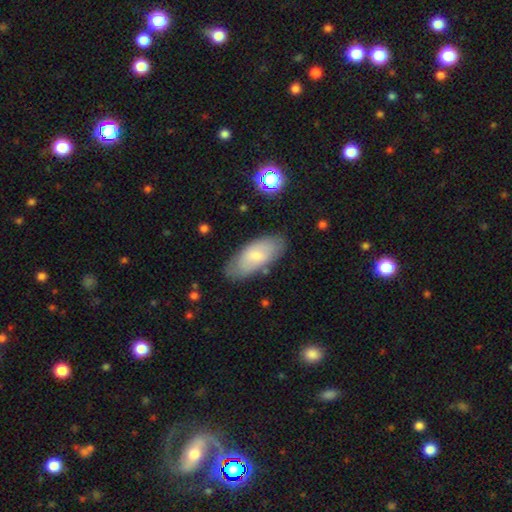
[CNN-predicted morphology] This is likely a smooth galaxy (66%). How rounded: clearly in between (88%). Merging: likely none (76%).